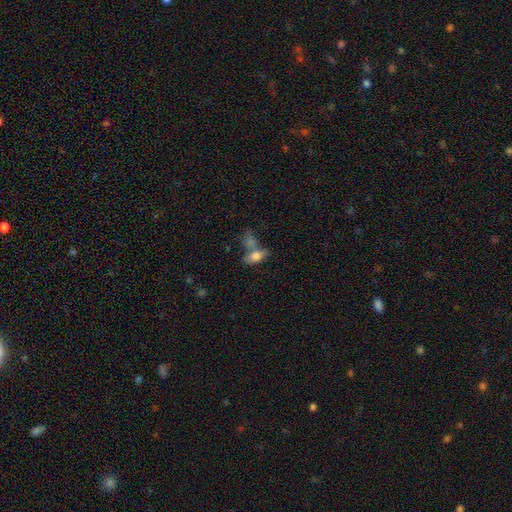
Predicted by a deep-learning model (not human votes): Smooth or featured?
  - smooth: 71% *
  - featured or disk: 20%
  - star or artifact: 10%
How rounded?
  - in between: 81% *
  - round: 10%
  - cigar-shaped: 9%
Merging?
  - merger: 39% *
  - none: 37%
  - minor disturbance: 15%
  - major disturbance: 9%